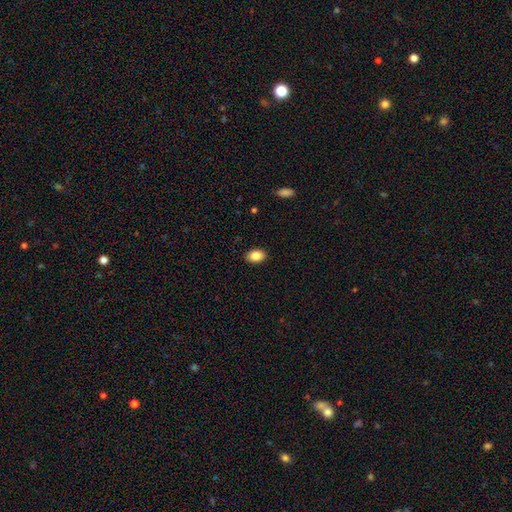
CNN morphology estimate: This appears to be a smooth galaxy with no disk features (86%) that is in between round and cigar-shaped (84%). Merging: none (90%).